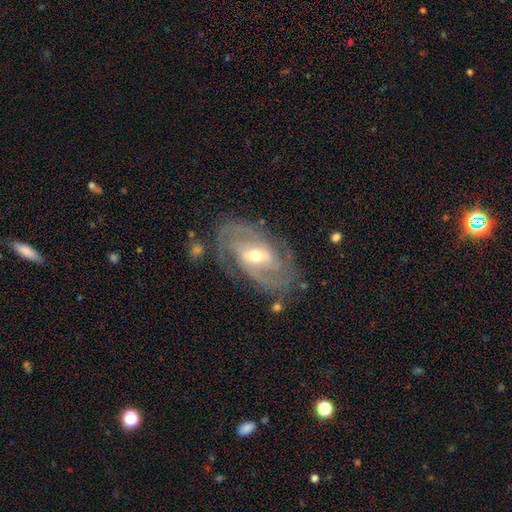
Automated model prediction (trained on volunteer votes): The model was most divided on "spiral winding": tight: 48%, medium: 42%, loose: 10%. Remaining: spiral arms — yes (96%); edge-on disk — no (96%); smooth or featured — featured or disk (89%); merging — none (77%); spiral arm count — 2 (66%); bulge size — moderate (61%); bar — weak (46%).